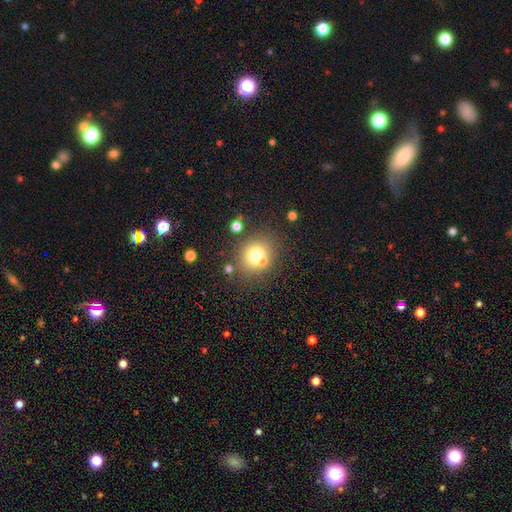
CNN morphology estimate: Q: Smooth or featured?
A: smooth (71%); runner-up: featured or disk (15%)
Q: How rounded?
A: round (78%); runner-up: in between (21%)
Q: Merging?
A: none (67%); runner-up: merger (17%)